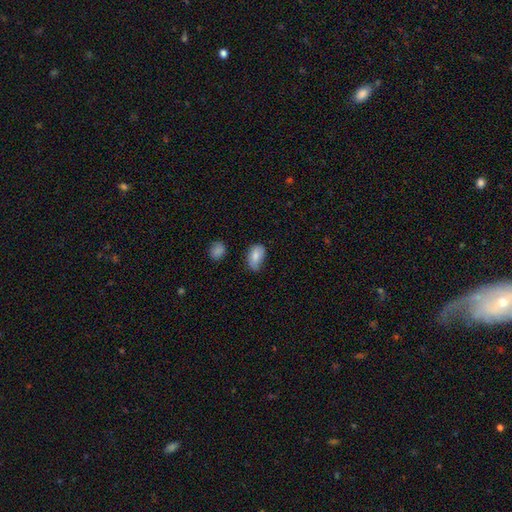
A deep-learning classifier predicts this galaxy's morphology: Smooth or featured? Predicted: smooth (p=0.82). How rounded? Predicted: in between (p=0.91). Merging? Predicted: none (p=0.52).